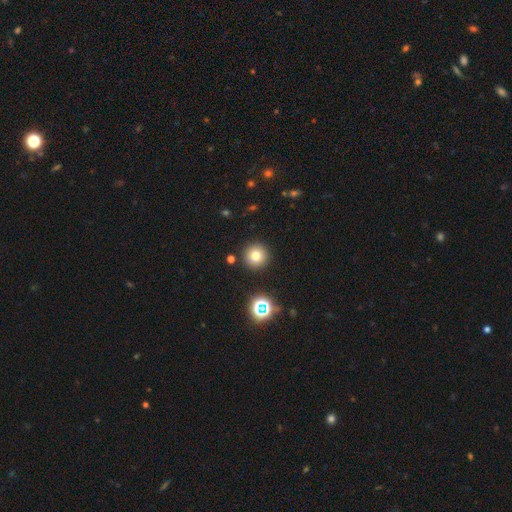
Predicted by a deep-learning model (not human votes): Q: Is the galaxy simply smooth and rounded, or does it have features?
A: smooth — 74%.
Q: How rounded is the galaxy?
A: round — 96%.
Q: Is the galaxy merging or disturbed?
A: none — 90%.